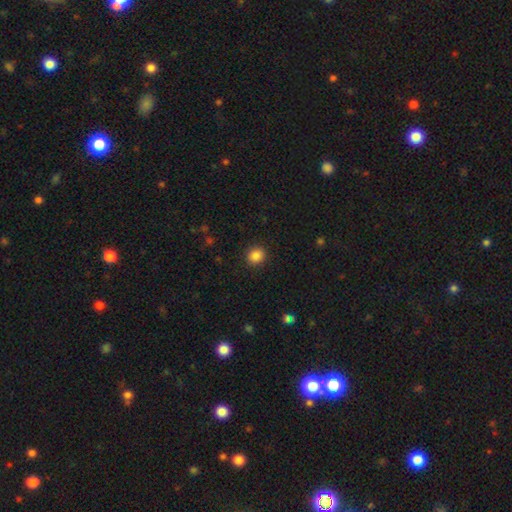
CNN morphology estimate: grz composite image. It shows a smooth galaxy with no disk features (86%) that is round (79%). Merging: none (91%).